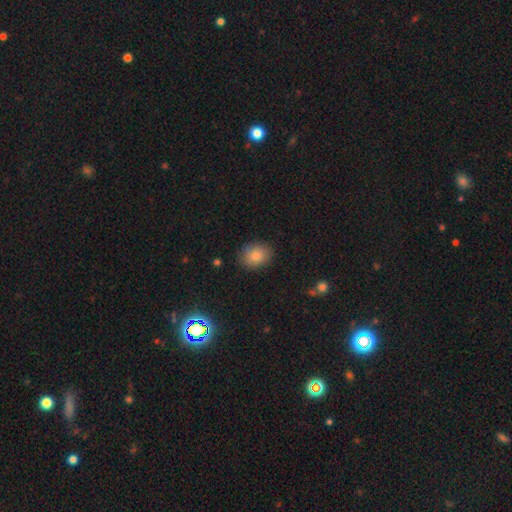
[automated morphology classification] Smooth or featured: smooth — 80% (star or artifact — 12%)
How rounded: in between — 58% (round — 41%)
Merging: none — 86% (minor disturbance — 10%)